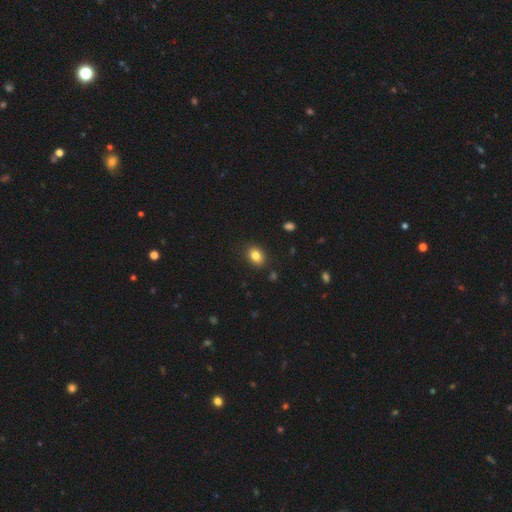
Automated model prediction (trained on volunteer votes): smooth_or_featured: smooth (p=0.83) [alt: star or artifact p=0.10]
how_rounded: in between (p=0.64) [alt: round p=0.35]
merging: none (p=0.87) [alt: minor disturbance p=0.09]